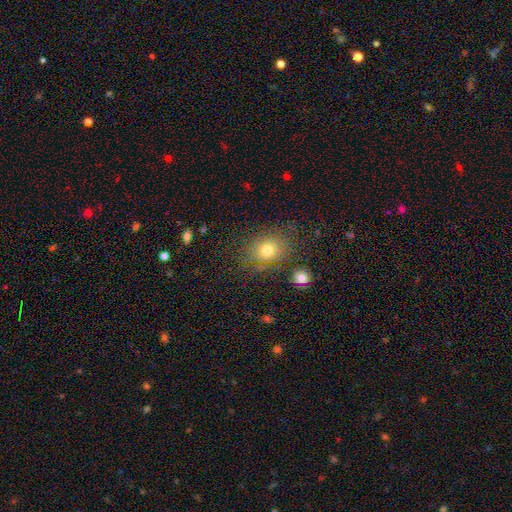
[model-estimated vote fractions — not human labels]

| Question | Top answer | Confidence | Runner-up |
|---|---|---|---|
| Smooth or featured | smooth | 69% | star or artifact (21%) |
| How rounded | round | 54% | in between (45%) |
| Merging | none | 83% | minor disturbance (10%) |